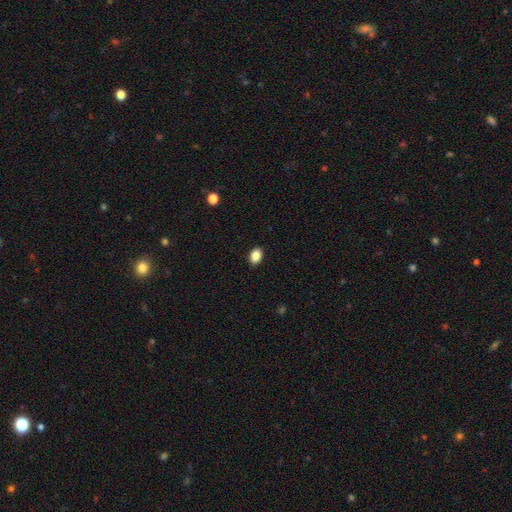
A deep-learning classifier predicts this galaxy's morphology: Smooth or featured? Predicted: smooth (p=0.87). How rounded? Predicted: in between (p=0.82). Merging? Predicted: none (p=0.90).